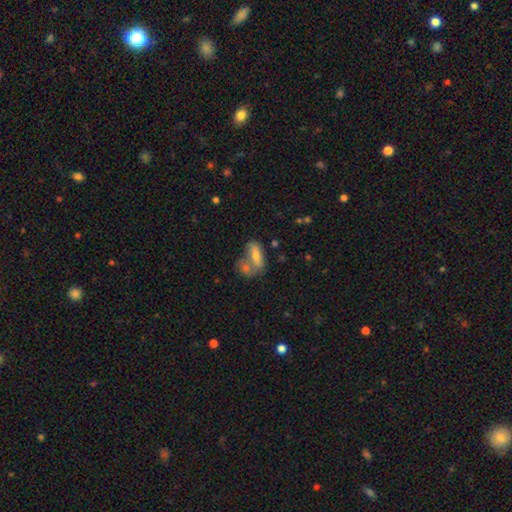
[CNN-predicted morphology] Smooth or featured: smooth — 67% (featured or disk — 24%)
How rounded: in between — 71% (cigar-shaped — 23%)
Merging: merger — 49% (none — 32%)